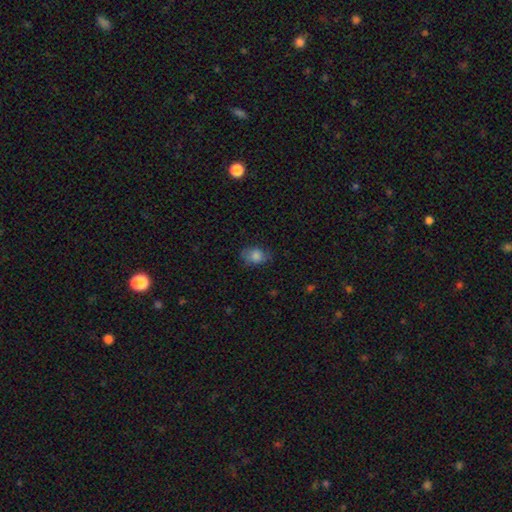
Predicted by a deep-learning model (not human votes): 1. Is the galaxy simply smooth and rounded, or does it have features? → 82% smooth, 9% star or artifact, 9% featured or disk.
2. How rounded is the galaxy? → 70% in between, 29% round, 1% cigar-shaped.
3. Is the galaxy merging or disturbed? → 68% none, 23% minor disturbance, 7% major disturbance, 1% merger.